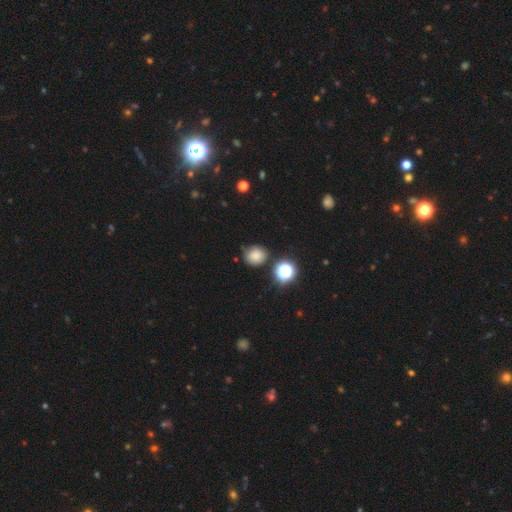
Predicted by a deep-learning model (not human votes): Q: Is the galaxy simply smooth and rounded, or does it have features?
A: smooth — 77%.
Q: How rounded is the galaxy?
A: round — 77%.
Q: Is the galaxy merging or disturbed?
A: none — 73%.